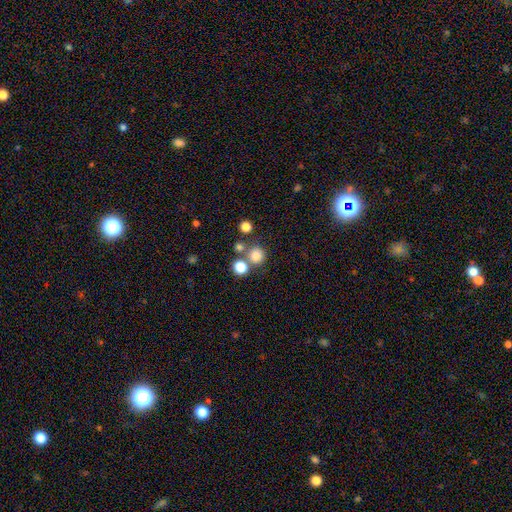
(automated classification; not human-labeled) smooth_or_featured: smooth (p=0.79) [alt: star or artifact p=0.14]
how_rounded: round (p=0.91) [alt: in between p=0.08]
merging: none (p=0.69) [alt: merger p=0.20]